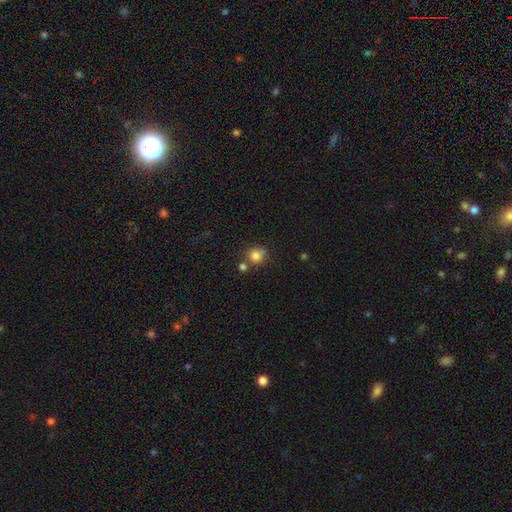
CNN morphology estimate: This appears to be a smooth galaxy with no disk features (82%) that is round (86%). Merging: none (66%).